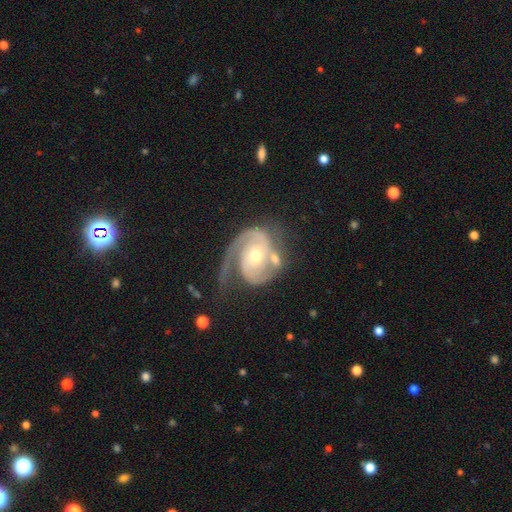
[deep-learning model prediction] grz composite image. It shows a featured or disk galaxy (90%) with no bar (66%), 2 (67%) tight (49%) spiral arms (97%) and a moderate central bulge (57%). Merging: none (48%).